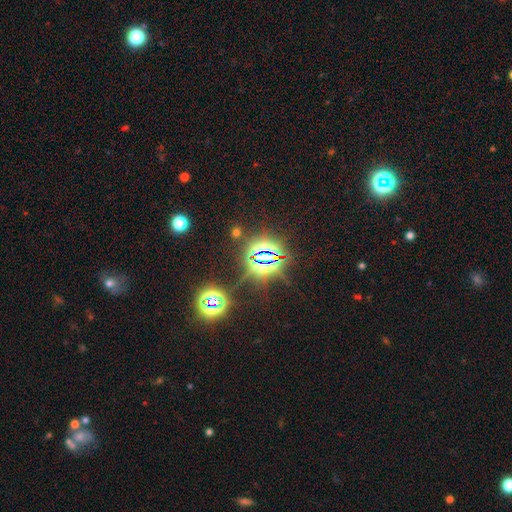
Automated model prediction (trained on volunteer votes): This is clearly a star or artifact rather than a galaxy (81%).